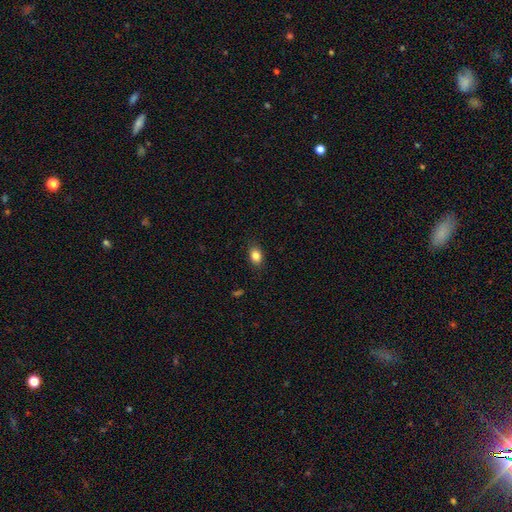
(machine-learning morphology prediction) type=smooth (84%); roundness=in between (79%); merging=none (86%).